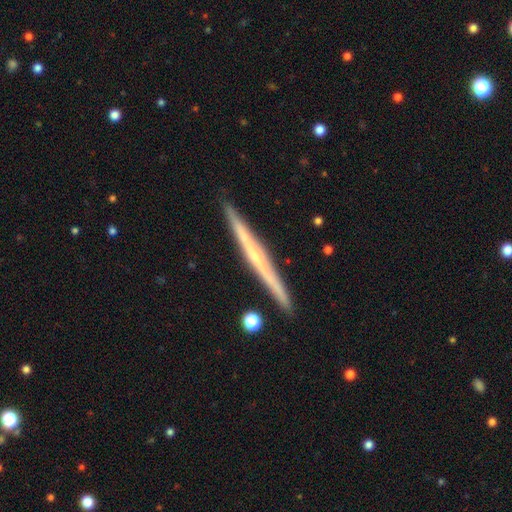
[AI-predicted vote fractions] This appears to be a featured or disk galaxy (68%) viewed edge-on (98%) with no central bulge (60%). Merging: none (91%).